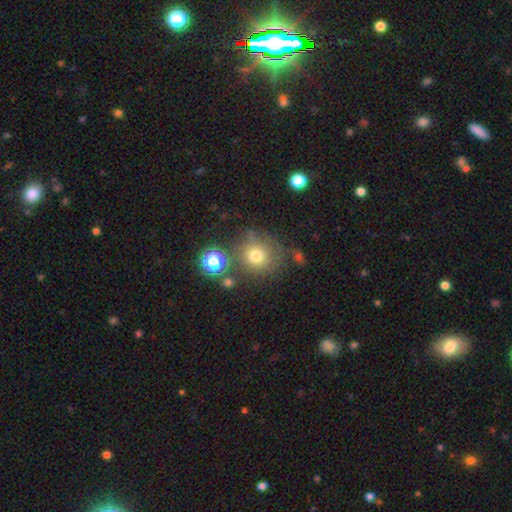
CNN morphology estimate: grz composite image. It shows a smooth galaxy with no disk features (70%) that is round (88%). Merging: none (66%).